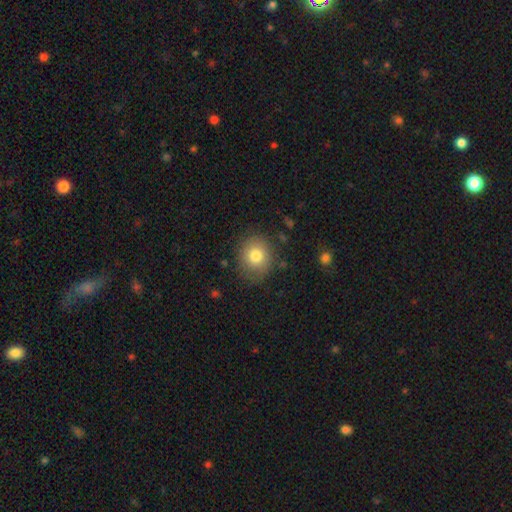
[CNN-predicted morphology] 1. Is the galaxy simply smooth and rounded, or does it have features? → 80% smooth, 10% featured or disk, 10% star or artifact.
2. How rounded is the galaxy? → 78% round, 21% in between, 1% cigar-shaped.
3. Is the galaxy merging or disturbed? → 82% none, 12% minor disturbance, 4% major disturbance, 2% merger.